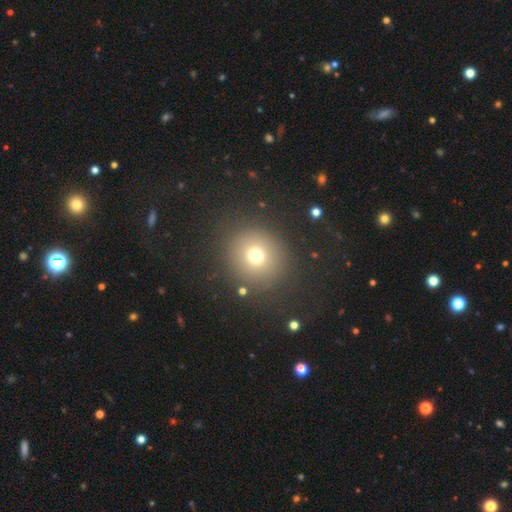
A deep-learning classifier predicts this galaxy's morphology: A smooth galaxy with no disk features (71%) that is round (90%). Merging: none (86%).